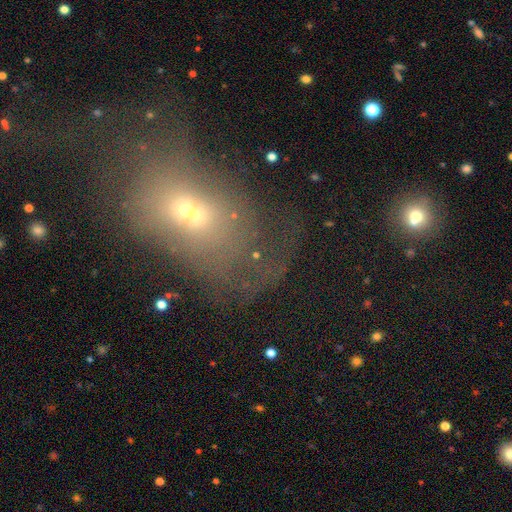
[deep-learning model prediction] This appears to be a featured or disk galaxy (38%). Merging: major disturbance (39%).